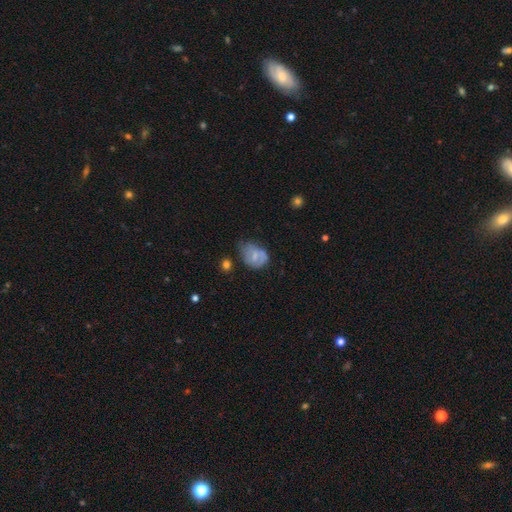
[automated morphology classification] The model was most divided on "merging" (2-way tie): minor disturbance: 39%, none: 39%, major disturbance: 18%, merger: 4%. More confident: how rounded — in between (71%); smooth or featured — smooth (58%).